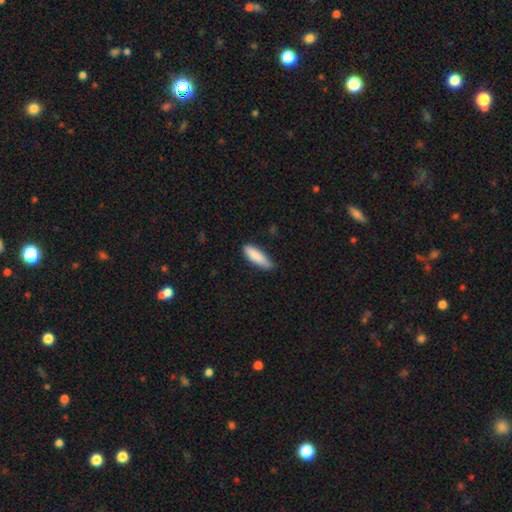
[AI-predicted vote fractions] smooth_or_featured: smooth (p=0.87) [alt: featured or disk p=0.08]
how_rounded: cigar-shaped (p=0.54) [alt: in between p=0.44]
merging: none (p=0.66) [alt: minor disturbance p=0.29]